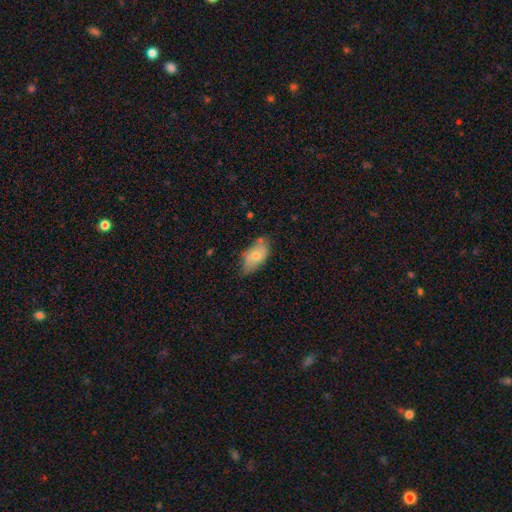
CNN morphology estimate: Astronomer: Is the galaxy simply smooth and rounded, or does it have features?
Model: smooth — 66%.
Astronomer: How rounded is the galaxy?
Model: in between — 92%.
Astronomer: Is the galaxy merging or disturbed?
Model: none — 54% (runner-up: minor disturbance, 35%).